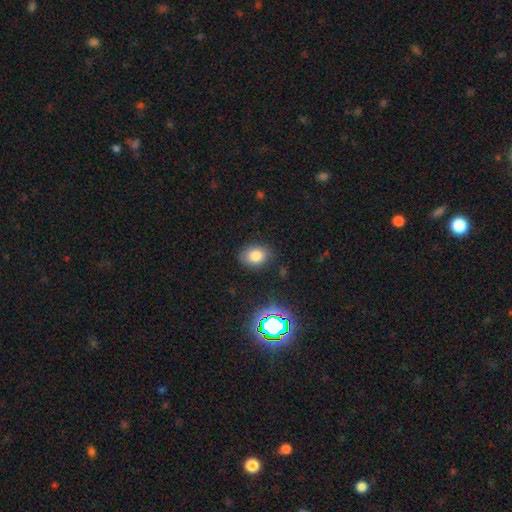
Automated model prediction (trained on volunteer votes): Overall: smooth (79%). How rounded: in between (68%; round 31%). Merging: none (81%).